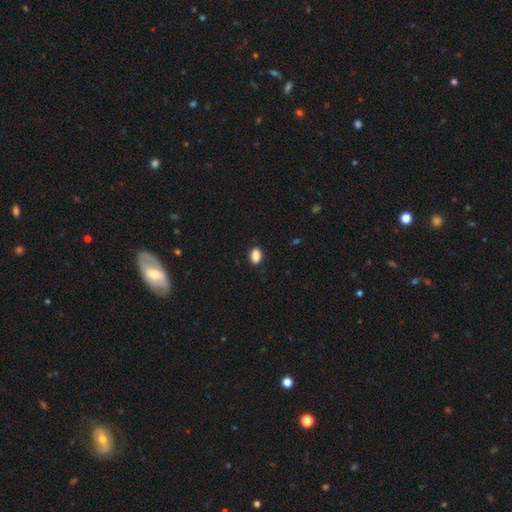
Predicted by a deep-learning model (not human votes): Smooth or featured? smooth (89%)
How rounded? in between (85%)
Merging? none (86%)